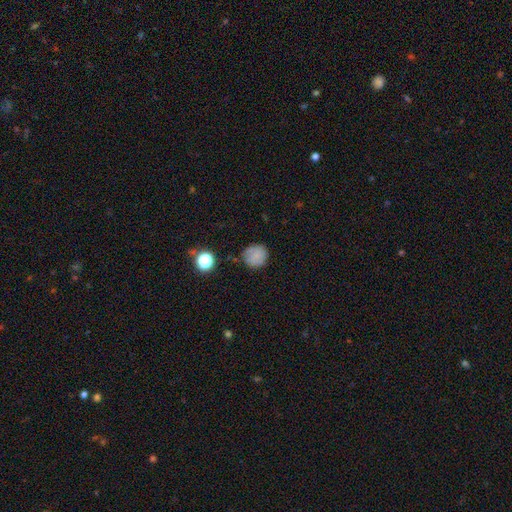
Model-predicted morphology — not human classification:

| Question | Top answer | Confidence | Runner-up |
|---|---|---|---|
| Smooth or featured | smooth | 78% | star or artifact (13%) |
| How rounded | round | 89% | in between (10%) |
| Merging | none | 73% | minor disturbance (18%) |